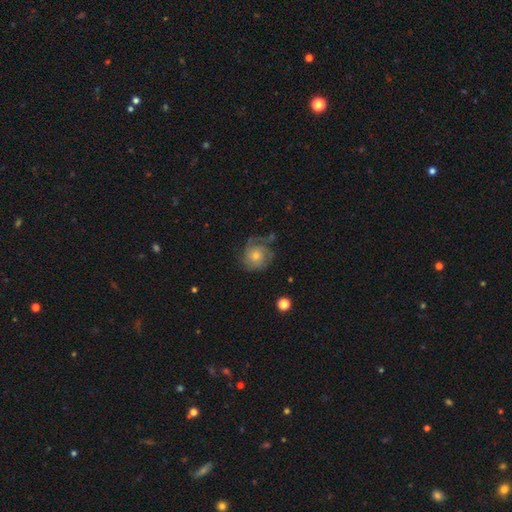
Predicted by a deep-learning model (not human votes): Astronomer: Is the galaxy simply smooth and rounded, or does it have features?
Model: featured or disk — 66%.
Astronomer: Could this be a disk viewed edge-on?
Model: no — 97%.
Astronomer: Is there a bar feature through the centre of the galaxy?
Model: no — 82%.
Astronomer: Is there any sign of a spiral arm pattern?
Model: yes — 88%.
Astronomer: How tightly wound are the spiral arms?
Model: tight — 61%.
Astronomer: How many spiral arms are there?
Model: can't tell — 38% (runner-up: 3, 22%).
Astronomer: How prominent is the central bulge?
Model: moderate — 52% (runner-up: small, 41%).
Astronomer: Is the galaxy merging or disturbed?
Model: none — 66%.